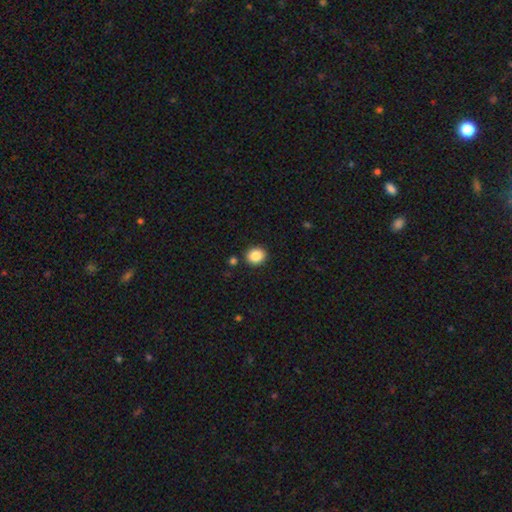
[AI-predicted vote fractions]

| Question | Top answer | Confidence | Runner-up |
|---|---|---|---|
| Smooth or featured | smooth | 86% | star or artifact (9%) |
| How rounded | round | 72% | in between (27%) |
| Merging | none | 89% | minor disturbance (6%) |